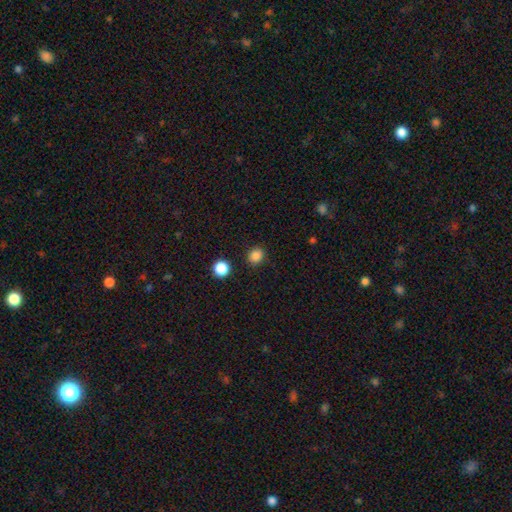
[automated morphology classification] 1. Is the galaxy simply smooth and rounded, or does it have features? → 85% smooth, 12% star or artifact, 3% featured or disk.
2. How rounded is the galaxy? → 76% round, 23% in between, 1% cigar-shaped.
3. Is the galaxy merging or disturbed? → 88% none, 7% minor disturbance, 2% major disturbance, 2% merger.